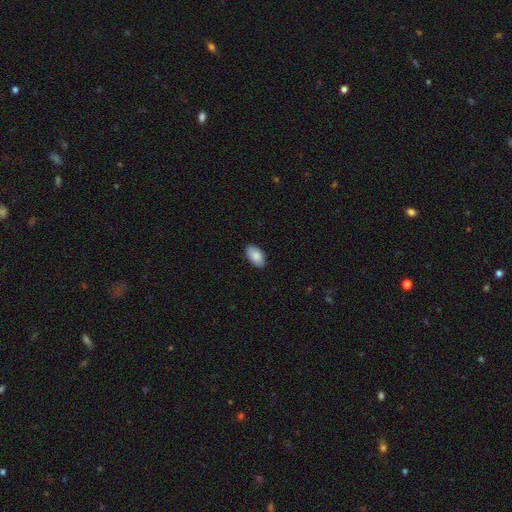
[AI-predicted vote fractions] smooth-or-featured: smooth: 87% | featured or disk: 7% | star or artifact: 6%
  how-rounded: in between: 95% | round: 3% | cigar-shaped: 2%
  merging: none: 89% | minor disturbance: 8% | major disturbance: 2% | merger: 1%